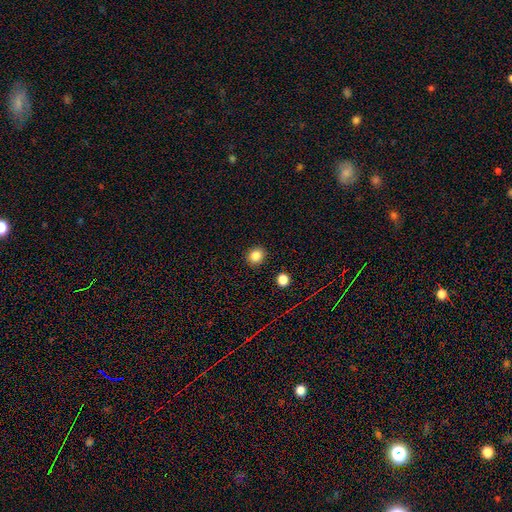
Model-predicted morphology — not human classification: Overall: smooth (84%). How rounded: round (82%). Merging: none (90%).